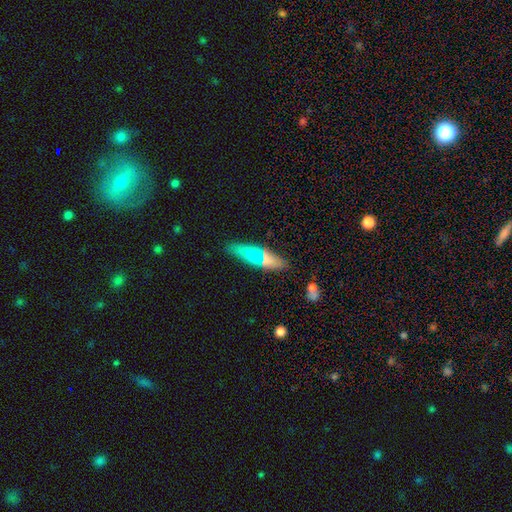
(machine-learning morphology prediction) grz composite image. It shows a smooth galaxy with no disk features (56%) that is cigar-shaped (77%). Merging: none (75%).